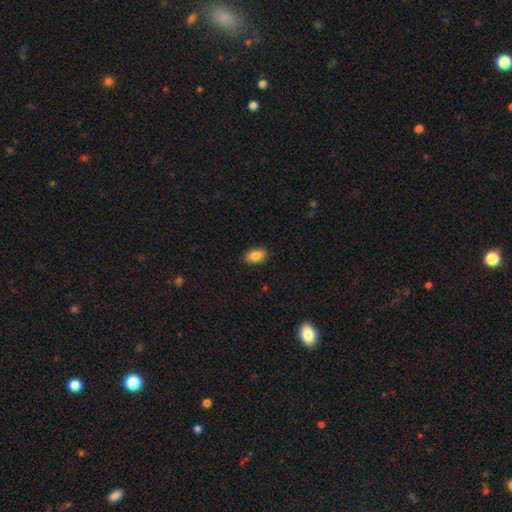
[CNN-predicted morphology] The model was most divided on "smooth or featured": smooth: 85%, star or artifact: 8%, featured or disk: 7%. More confident: how rounded — in between (92%); merging — none (88%).